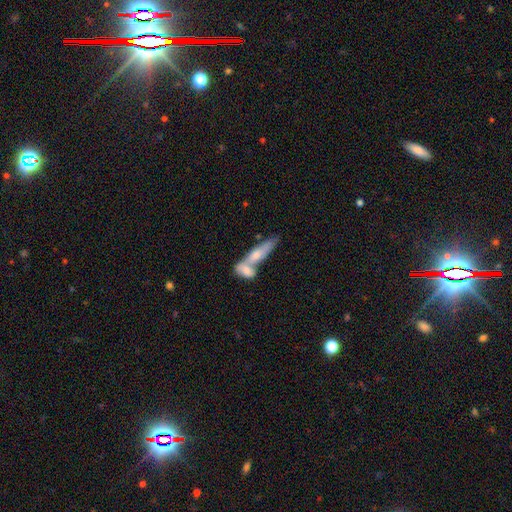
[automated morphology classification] smooth 56%, featured or disk 37%, star or artifact 7%. Down the decision tree: how rounded — cigar-shaped (58%); merging — merger (67%).